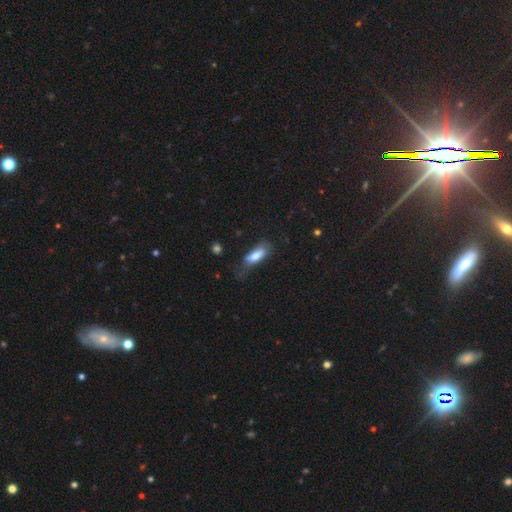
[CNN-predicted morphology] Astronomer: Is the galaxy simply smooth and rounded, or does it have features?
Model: smooth — 76%.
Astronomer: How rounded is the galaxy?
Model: in between — 63%.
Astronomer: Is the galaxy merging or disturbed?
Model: none — 42% (runner-up: minor disturbance, 30%).